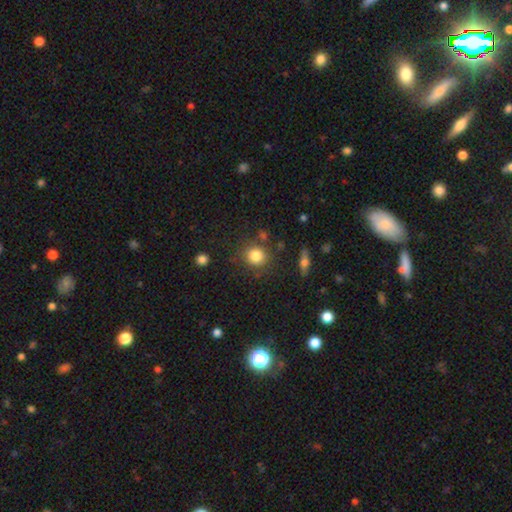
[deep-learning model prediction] smooth_or_featured: smooth (p=0.83) [alt: star or artifact p=0.10]
how_rounded: round (p=0.88) [alt: in between p=0.11]
merging: none (p=0.81) [alt: minor disturbance p=0.11]